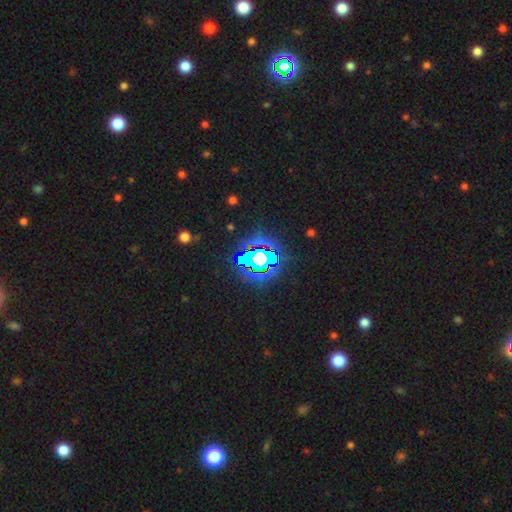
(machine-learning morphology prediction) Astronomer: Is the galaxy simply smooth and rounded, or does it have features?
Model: star or artifact — 81%.